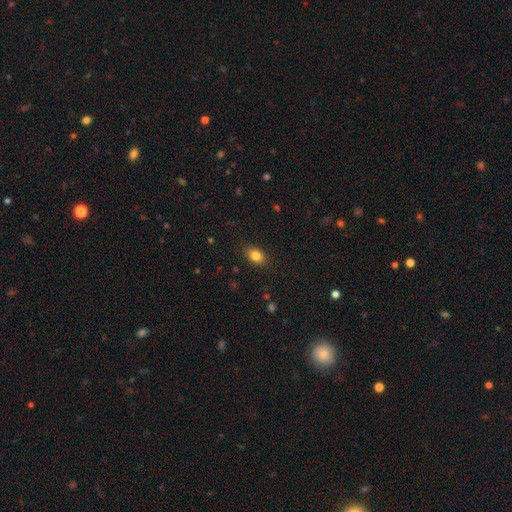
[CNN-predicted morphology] smooth 83%, star or artifact 10%, featured or disk 7%. Down the decision tree: how rounded — in between (76%); merging — none (86%).